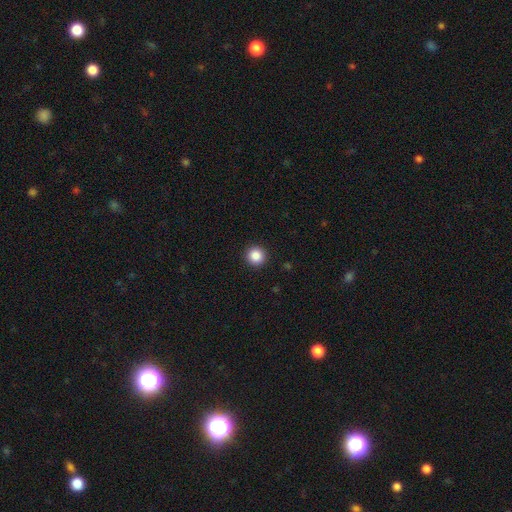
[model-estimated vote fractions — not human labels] Morphology: type=smooth (87%); roundness=round (95%); merging=none (93%).